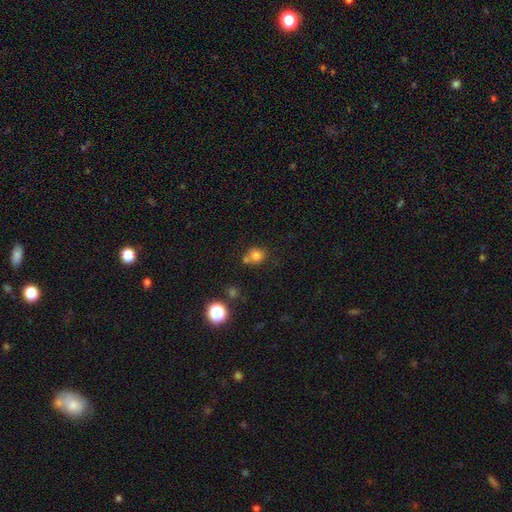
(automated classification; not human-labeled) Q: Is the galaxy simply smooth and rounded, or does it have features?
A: smooth — 76%.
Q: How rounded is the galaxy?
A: round — 82%.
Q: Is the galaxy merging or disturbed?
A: none — 53%.